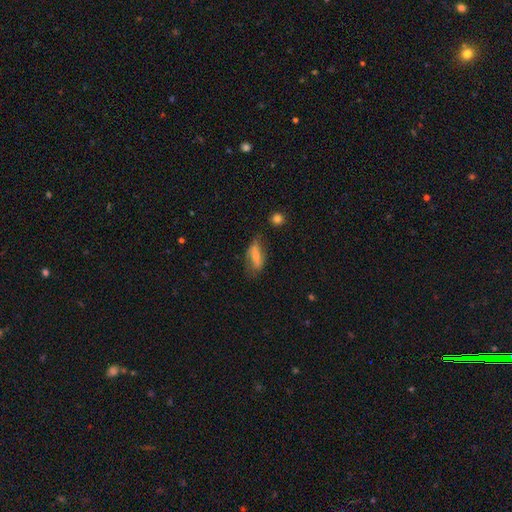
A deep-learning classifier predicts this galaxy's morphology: type=smooth (53%); roundness=in between (75%); merging=none (54%).